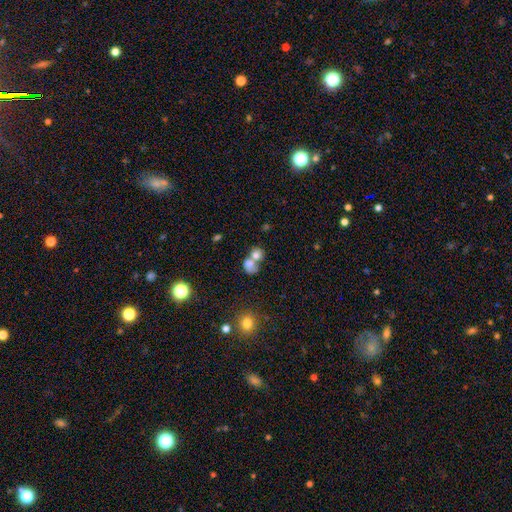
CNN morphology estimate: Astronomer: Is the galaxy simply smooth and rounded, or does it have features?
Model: smooth — 74%.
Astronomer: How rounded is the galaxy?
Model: round — 66%.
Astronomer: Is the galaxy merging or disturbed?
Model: merger — 64%.